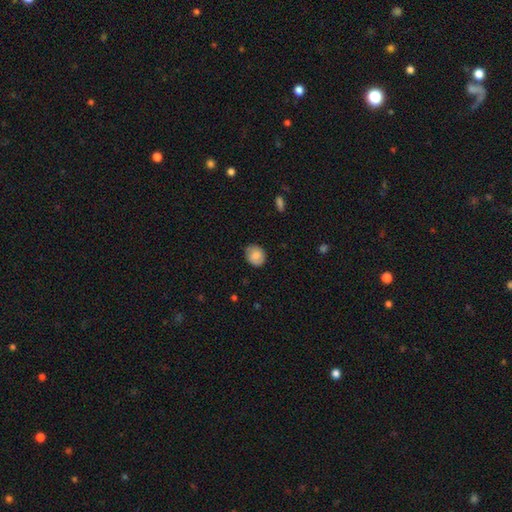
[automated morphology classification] type=smooth (82%); roundness=round (61%); merging=none (80%).